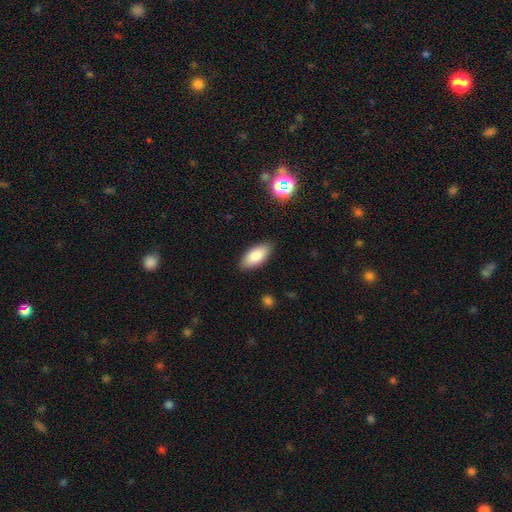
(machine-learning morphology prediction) The model was most divided on "smooth or featured": smooth: 84%, featured or disk: 8%, star or artifact: 7%. More confident: how rounded — in between (89%); merging — none (87%).